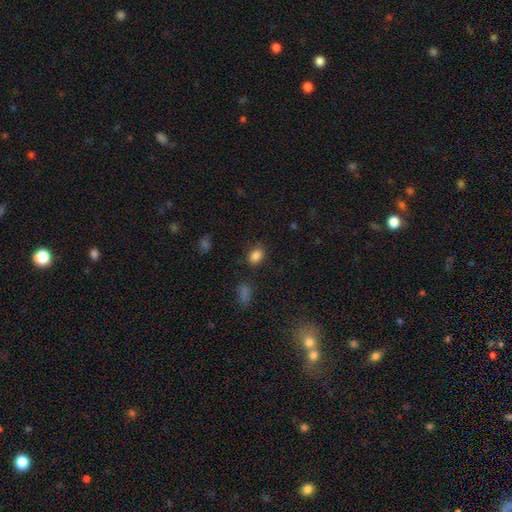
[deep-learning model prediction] A smooth galaxy with no disk features (85%) that is in between round and cigar-shaped (71%).

Vote fractions:
- Smooth or featured? smooth: 85% / star or artifact: 11% / featured or disk: 4%
- How rounded? in between: 71% / round: 28% / cigar-shaped: 1%
- Merging? none: 80% / minor disturbance: 13% / major disturbance: 4% / merger: 3%